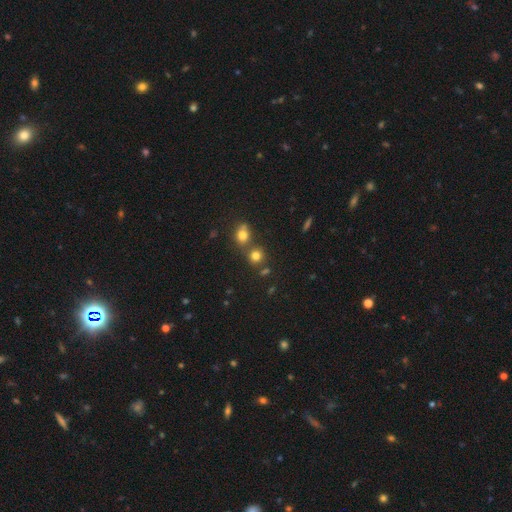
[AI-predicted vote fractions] This is likely a smooth galaxy (75%). How rounded: clearly round (85%). Merging: likely none (63%).